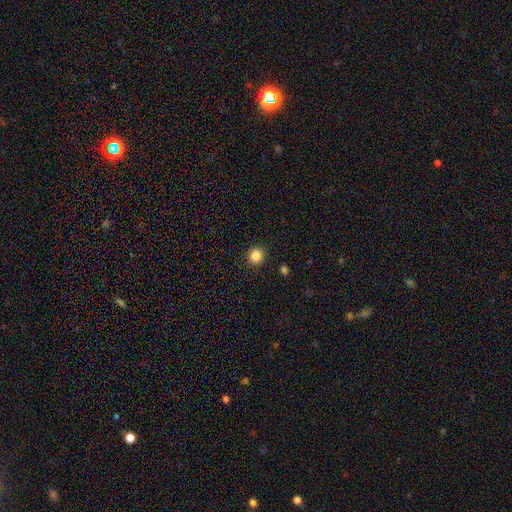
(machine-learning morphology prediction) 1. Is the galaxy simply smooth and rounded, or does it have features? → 85% smooth, 11% star or artifact, 4% featured or disk.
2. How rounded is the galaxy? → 92% round, 7% in between, 1% cigar-shaped.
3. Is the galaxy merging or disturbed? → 92% none, 5% minor disturbance, 2% major disturbance, 1% merger.